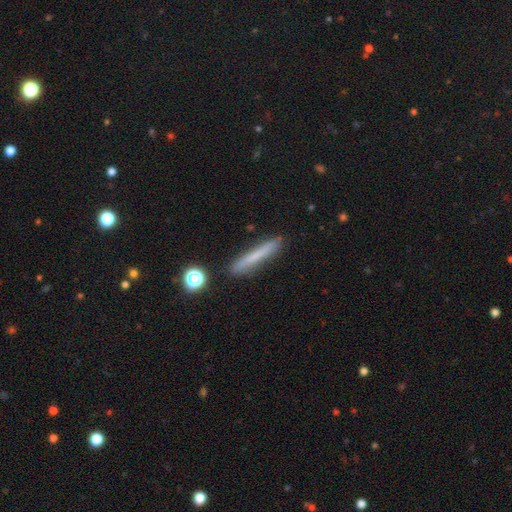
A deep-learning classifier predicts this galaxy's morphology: This appears to be a smooth galaxy with no disk features (65%) that is cigar-shaped (94%). Merging: none (84%).